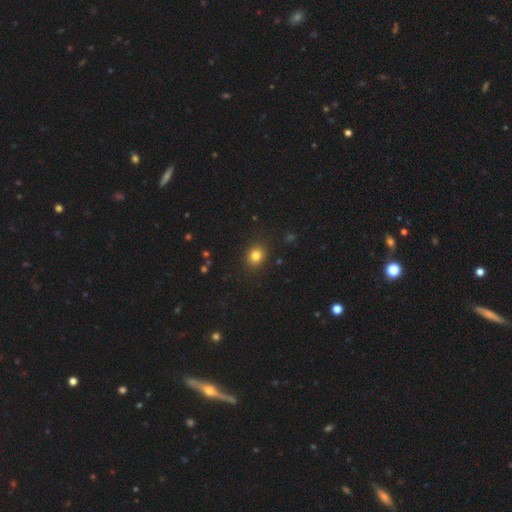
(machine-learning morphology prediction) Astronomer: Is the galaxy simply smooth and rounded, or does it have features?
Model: smooth — 82%.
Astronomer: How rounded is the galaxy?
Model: round — 67%.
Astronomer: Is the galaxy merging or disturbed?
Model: none — 89%.